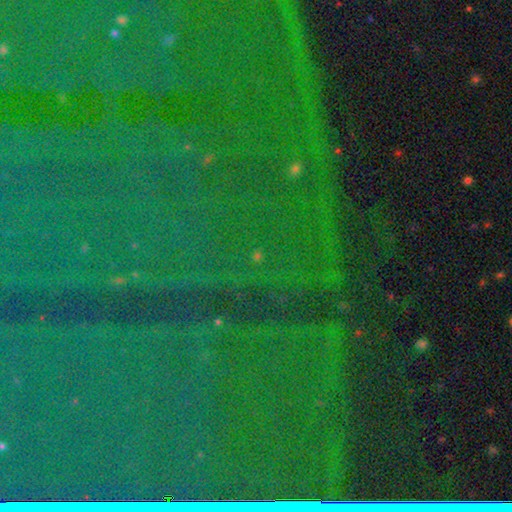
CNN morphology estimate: Smooth or featured? Predicted: star or artifact (p=0.86).